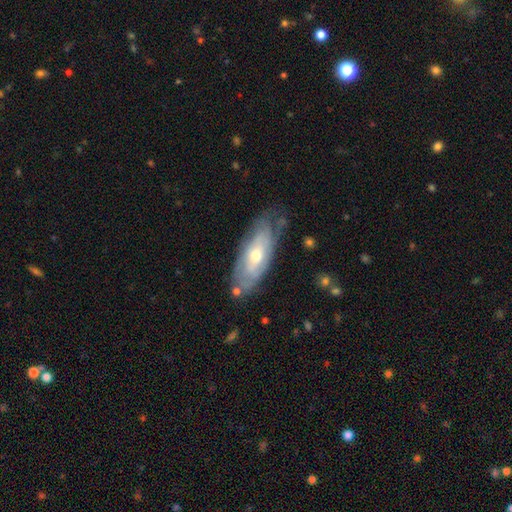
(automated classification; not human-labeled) featured or disk 61%, smooth 33%, star or artifact 6%. Down the decision tree: edge-on disk — no (81%); merging — none (65%).